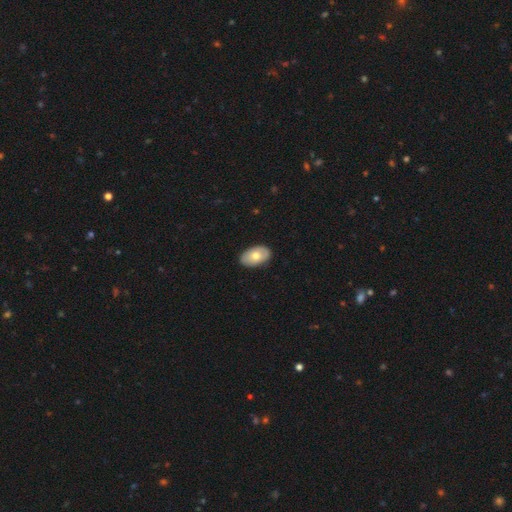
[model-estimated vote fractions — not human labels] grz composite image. It shows a smooth galaxy with no disk features (69%) that is in between round and cigar-shaped (93%). Merging: none (88%).